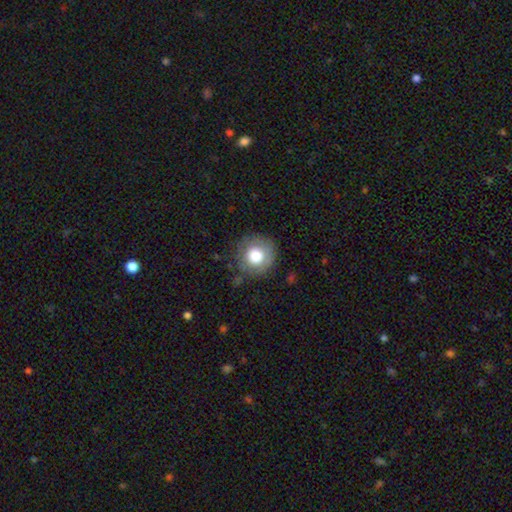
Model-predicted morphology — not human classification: A smooth galaxy with no disk features (78%) that is round (94%). Merging: none (75%).